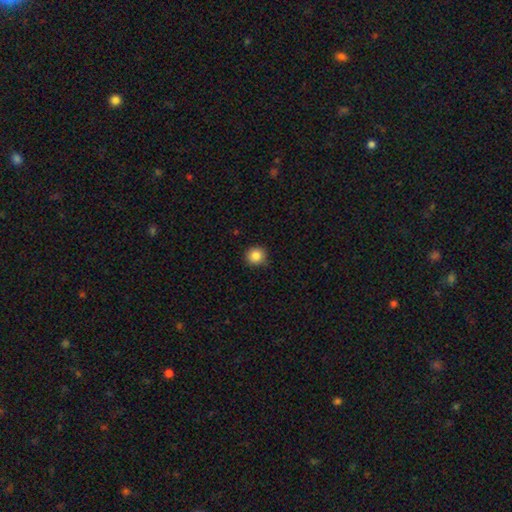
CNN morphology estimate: smooth_or_featured: smooth (p=0.86) [alt: star or artifact p=0.10]
how_rounded: round (p=0.92) [alt: in between p=0.07]
merging: none (p=0.88) [alt: minor disturbance p=0.09]